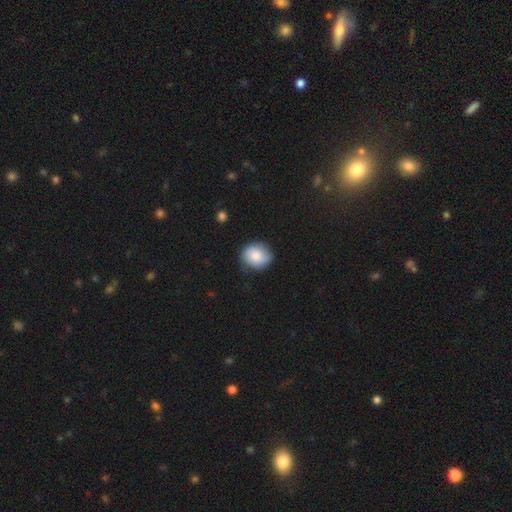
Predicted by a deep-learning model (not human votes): smooth_or_featured: smooth (p=0.77) [alt: featured or disk p=0.16]
how_rounded: round (p=0.74) [alt: in between p=0.25]
merging: none (p=0.76) [alt: minor disturbance p=0.19]